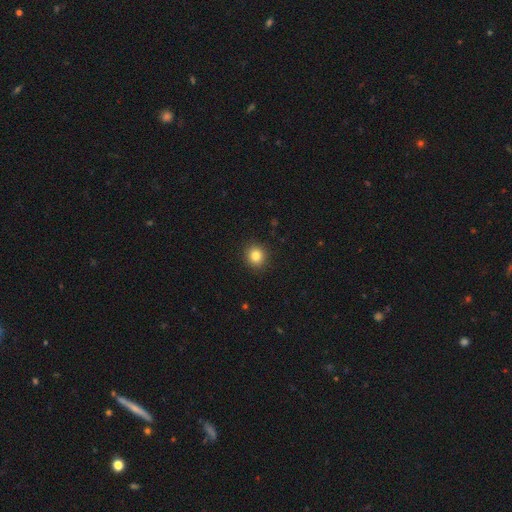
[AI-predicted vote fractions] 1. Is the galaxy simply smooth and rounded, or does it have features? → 83% smooth, 11% star or artifact, 6% featured or disk.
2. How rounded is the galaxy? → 88% round, 11% in between, 1% cigar-shaped.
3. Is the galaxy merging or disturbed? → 91% none, 6% minor disturbance, 2% major disturbance, 1% merger.